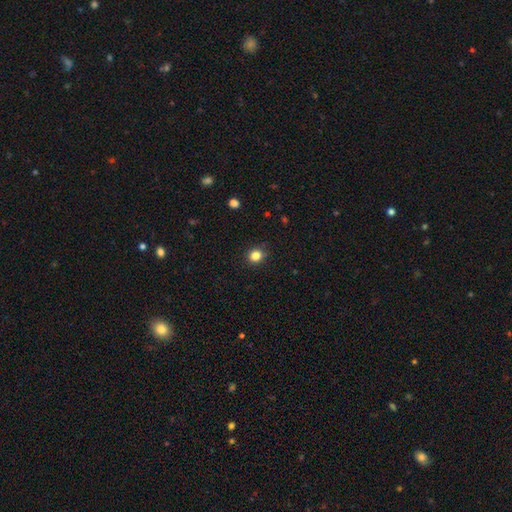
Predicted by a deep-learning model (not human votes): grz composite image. It shows a smooth galaxy with no disk features (83%) that is round (80%). Merging: none (89%).